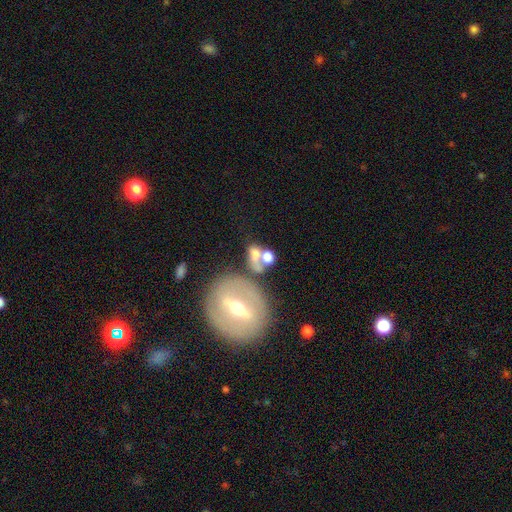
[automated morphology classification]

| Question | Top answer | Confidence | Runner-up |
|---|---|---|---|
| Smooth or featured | smooth | 56% | featured or disk (30%) |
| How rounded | in between | 56% | round (39%) |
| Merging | merger | 39% | none (33%) |